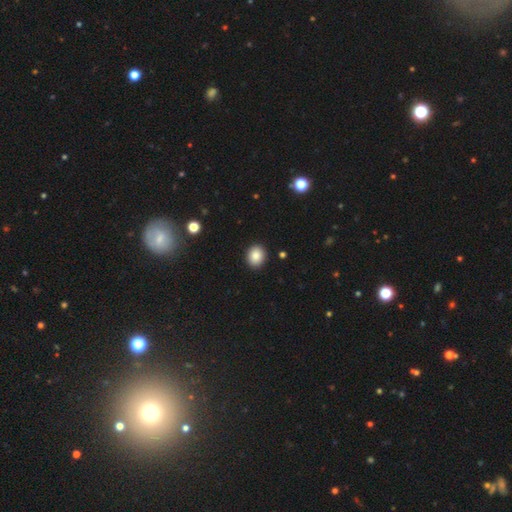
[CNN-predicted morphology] Q: Smooth or featured?
A: smooth (87%); runner-up: star or artifact (9%)
Q: How rounded?
A: round (64%); runner-up: in between (36%)
Q: Merging?
A: none (91%); runner-up: minor disturbance (6%)